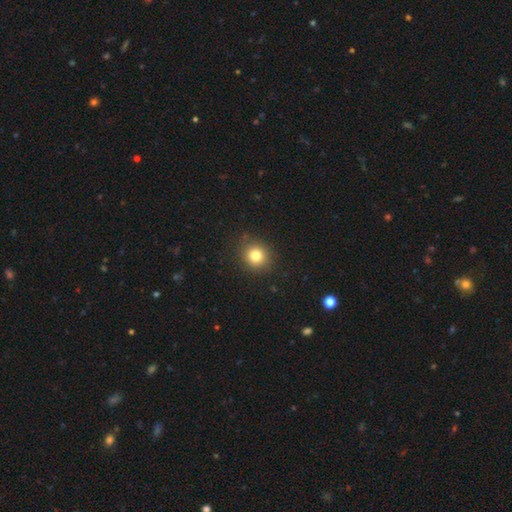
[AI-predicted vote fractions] The model was most divided on "smooth or featured": smooth: 81%, star or artifact: 12%, featured or disk: 7%. More confident: merging — none (87%); how rounded — round (84%).